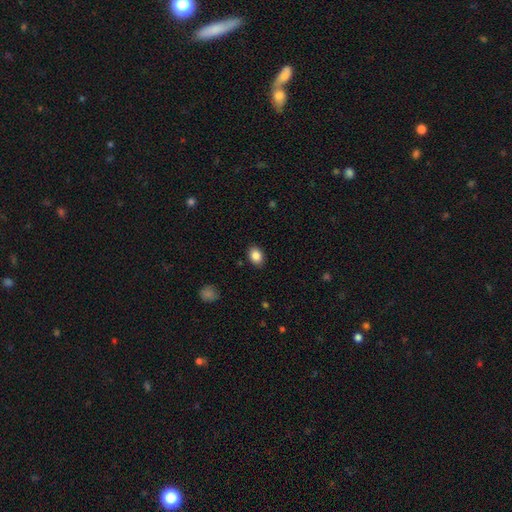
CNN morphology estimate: A smooth galaxy with no disk features (86%) that is in between round and cigar-shaped (74%).

Vote fractions:
- Smooth or featured? smooth: 86% / star or artifact: 8% / featured or disk: 5%
- How rounded? in between: 74% / round: 25% / cigar-shaped: 1%
- Merging? none: 88% / minor disturbance: 8% / major disturbance: 2% / merger: 1%